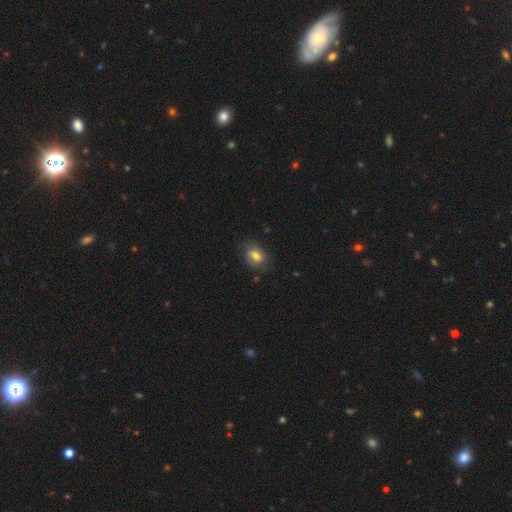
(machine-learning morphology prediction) Smooth or featured?
  - smooth: 72% *
  - featured or disk: 19%
  - star or artifact: 9%
How rounded?
  - in between: 81% *
  - round: 17%
  - cigar-shaped: 2%
Merging?
  - none: 68% *
  - minor disturbance: 22%
  - major disturbance: 8%
  - merger: 2%